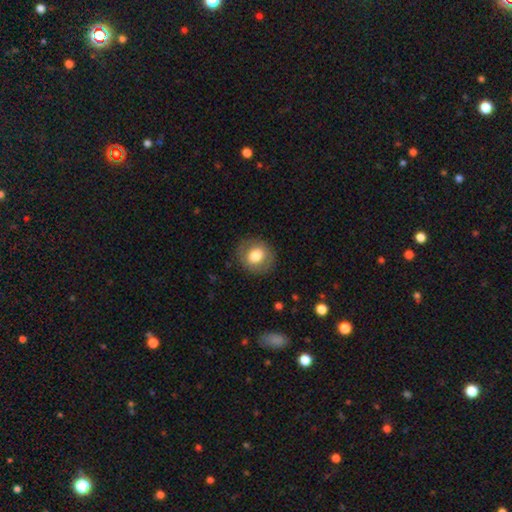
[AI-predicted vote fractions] Overall: smooth (74%). How rounded: round (85%). Merging: none (87%).